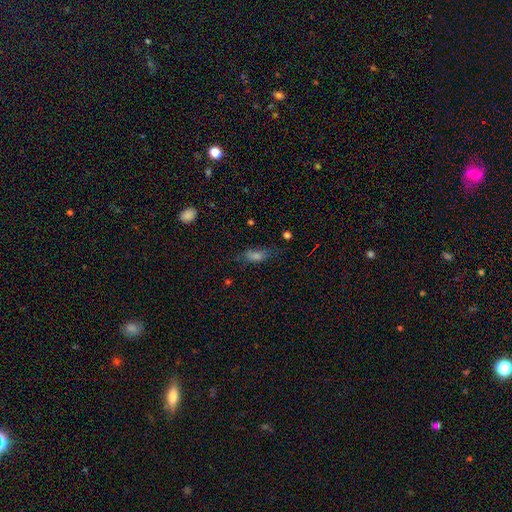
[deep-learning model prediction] smooth-or-featured: smooth: 61% | star or artifact: 20% | featured or disk: 20%
  how-rounded: in between: 65% | cigar-shaped: 29% | round: 6%
  merging: none: 62% | minor disturbance: 23% | major disturbance: 12% | merger: 3%